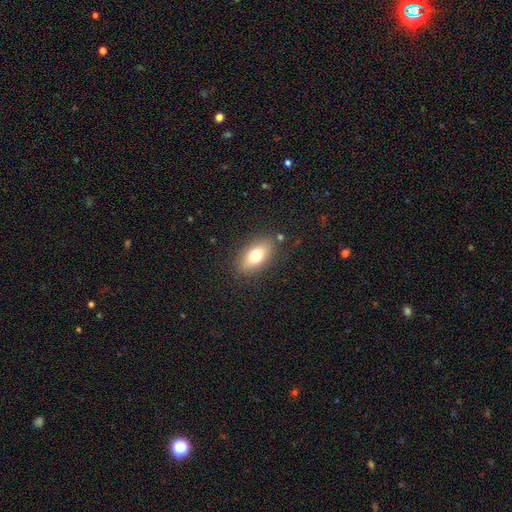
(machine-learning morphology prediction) Q: Smooth or featured?
A: smooth (74%); runner-up: featured or disk (18%)
Q: How rounded?
A: in between (86%); runner-up: cigar-shaped (8%)
Q: Merging?
A: none (84%); runner-up: minor disturbance (11%)